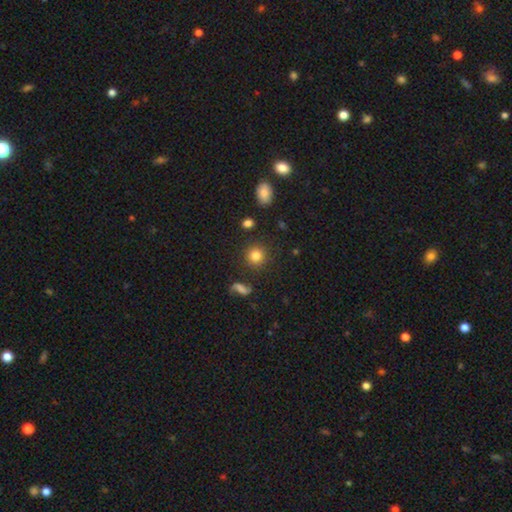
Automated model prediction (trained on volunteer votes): smooth-or-featured: smooth: 81% | star or artifact: 11% | featured or disk: 8%
  how-rounded: round: 91% | in between: 8% | cigar-shaped: 1%
  merging: none: 88% | minor disturbance: 7% | major disturbance: 3% | merger: 3%